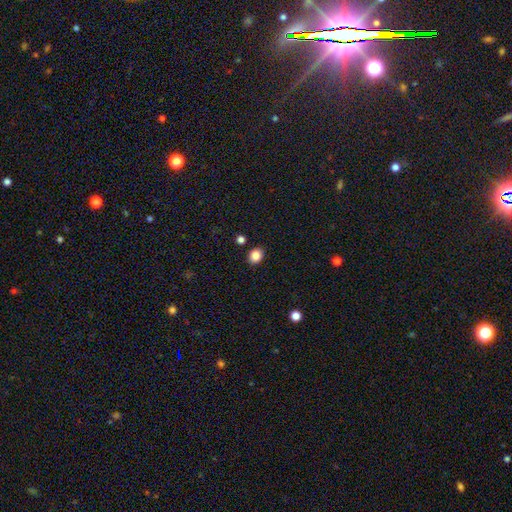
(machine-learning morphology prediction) Smooth or featured? smooth (86%)
How rounded? round (58%)
Merging? none (88%)